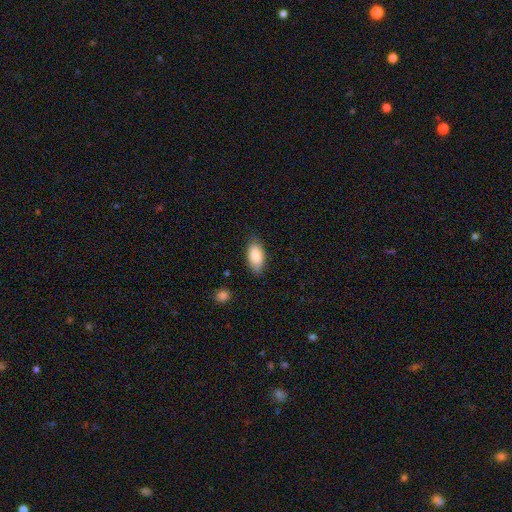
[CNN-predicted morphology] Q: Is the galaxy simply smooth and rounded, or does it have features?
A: smooth — 86%.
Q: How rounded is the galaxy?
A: in between — 93%.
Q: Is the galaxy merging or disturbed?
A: none — 78%.